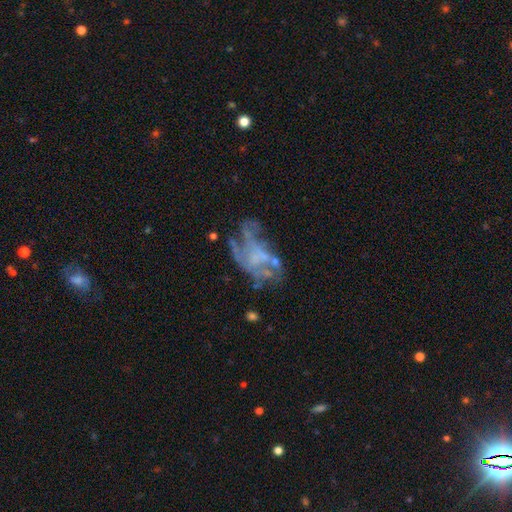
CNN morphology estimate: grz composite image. It shows a featured or disk galaxy (70%) with no bar (79%), no spiral arms (60%) and no central bulge (67%). Merging: none (41%).